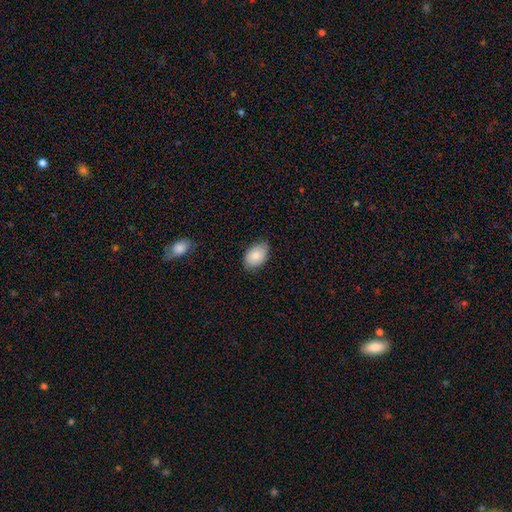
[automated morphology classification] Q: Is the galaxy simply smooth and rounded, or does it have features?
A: smooth — 84%.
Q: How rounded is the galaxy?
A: in between — 89%.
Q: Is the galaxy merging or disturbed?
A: none — 79%.